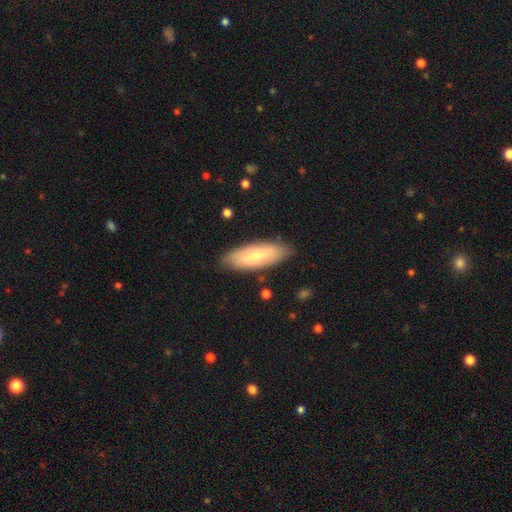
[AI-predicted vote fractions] This appears to be a smooth galaxy with no disk features (62%) that is in between round and cigar-shaped (65%). Merging: none (84%).